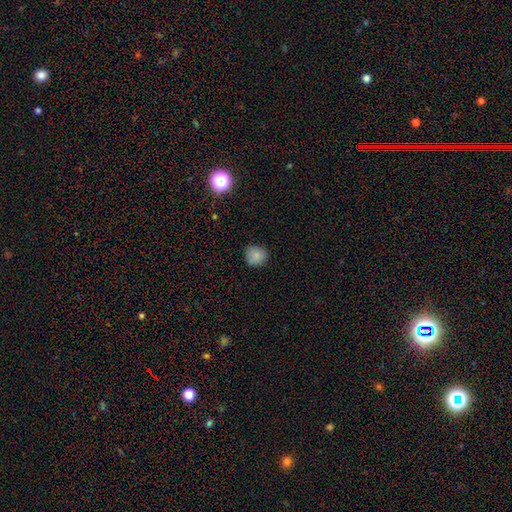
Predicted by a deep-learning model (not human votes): Smooth or featured? Predicted: smooth (p=0.84). How rounded? Predicted: round (p=0.86). Merging? Predicted: none (p=0.80).